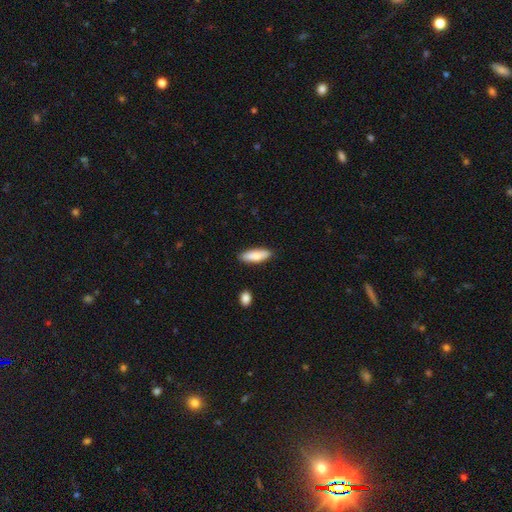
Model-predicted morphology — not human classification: smooth_or_featured: smooth (p=0.83) [alt: featured or disk p=0.12]
how_rounded: in between (p=0.58) [alt: cigar-shaped p=0.40]
merging: none (p=0.86) [alt: minor disturbance p=0.10]